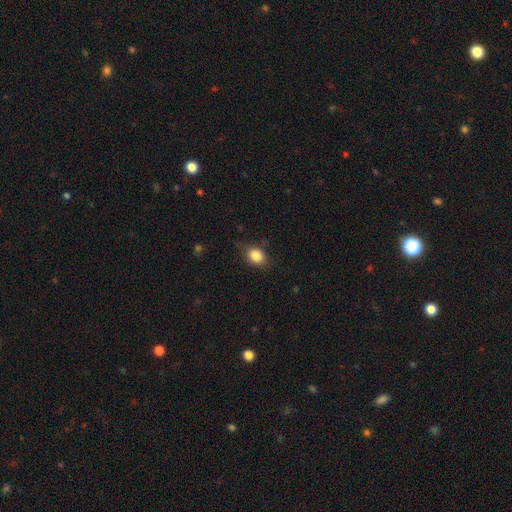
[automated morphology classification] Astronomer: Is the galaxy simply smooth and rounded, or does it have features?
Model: smooth — 84%.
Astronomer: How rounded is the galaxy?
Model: in between — 62%.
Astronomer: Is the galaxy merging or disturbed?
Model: none — 70%.